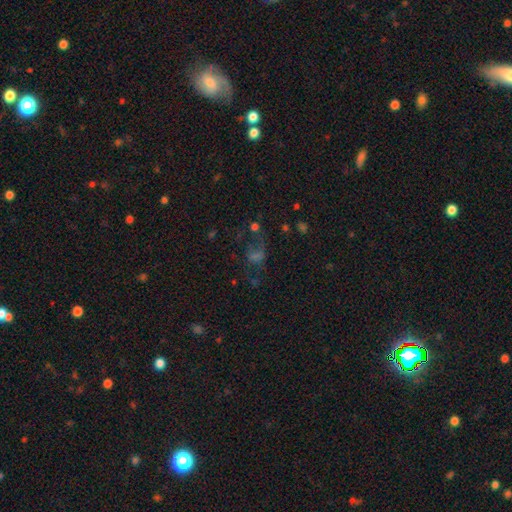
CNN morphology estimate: Smooth or featured? star or artifact (38%)